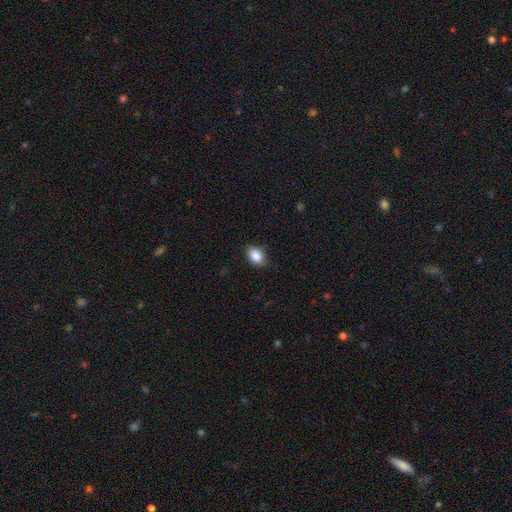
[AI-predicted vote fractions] A smooth galaxy with no disk features (87%) that is in between round and cigar-shaped (78%). Merging: none (81%).